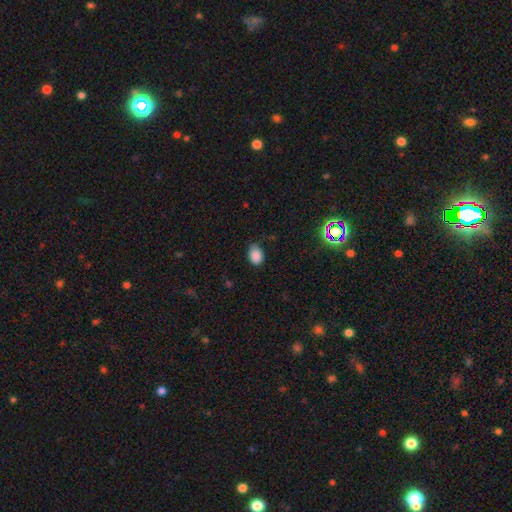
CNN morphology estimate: Smooth or featured? Predicted: smooth (p=0.87). How rounded? Predicted: in between (p=0.73). Merging? Predicted: none (p=0.67).